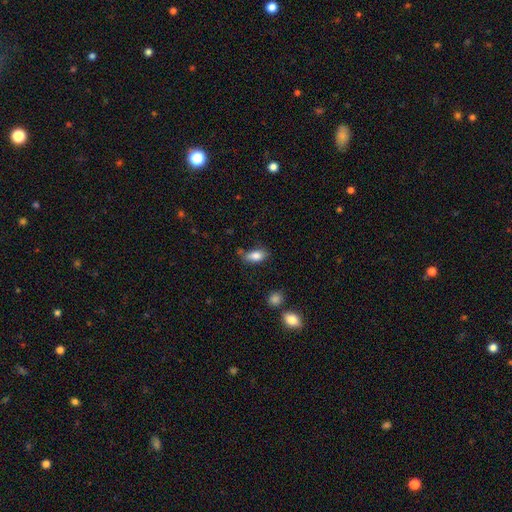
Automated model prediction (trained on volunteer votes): This appears to be a smooth galaxy with no disk features (83%) that is in between round and cigar-shaped (88%). Merging: none (68%).